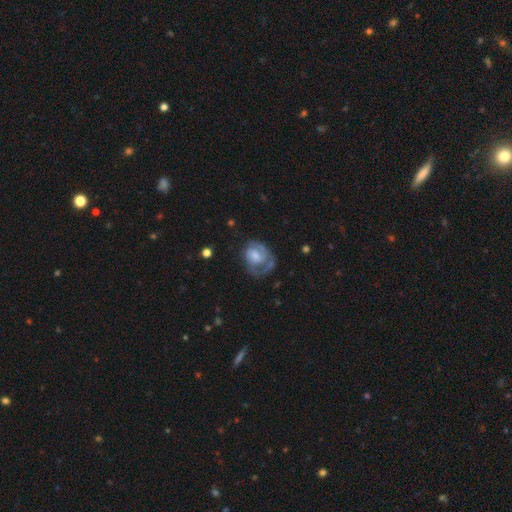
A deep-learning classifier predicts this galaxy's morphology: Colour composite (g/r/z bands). It shows a featured or disk galaxy (63%) with no bar (67%), spiral arms (79%) and a moderate central bulge (37%). Merging: none (44%).